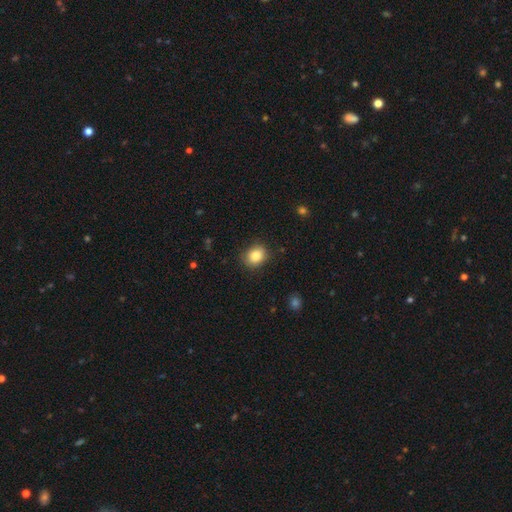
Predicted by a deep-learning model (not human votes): smooth_or_featured: smooth (p=0.84) [alt: star or artifact p=0.10]
how_rounded: round (p=0.64) [alt: in between p=0.35]
merging: none (p=0.84) [alt: minor disturbance p=0.12]